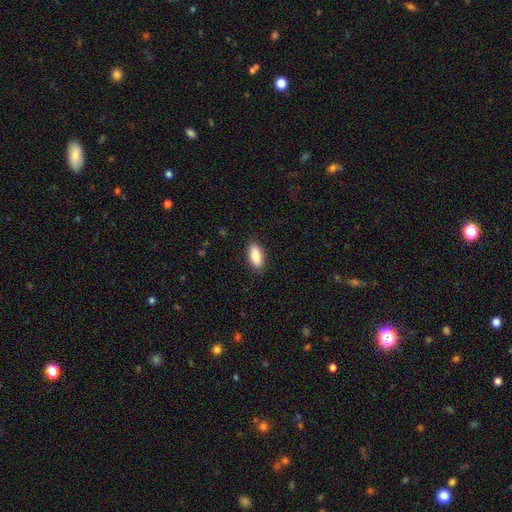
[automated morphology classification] Smooth or featured?
  - smooth: 87% *
  - featured or disk: 7%
  - star or artifact: 6%
How rounded?
  - in between: 83% *
  - cigar-shaped: 15%
  - round: 2%
Merging?
  - none: 88% *
  - minor disturbance: 9%
  - major disturbance: 2%
  - merger: 1%